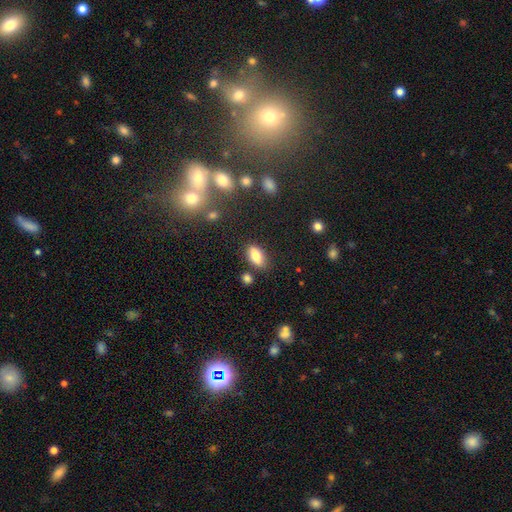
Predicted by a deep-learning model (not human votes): Morphology: type=smooth (83%); roundness=in between (90%); merging=none (81%).